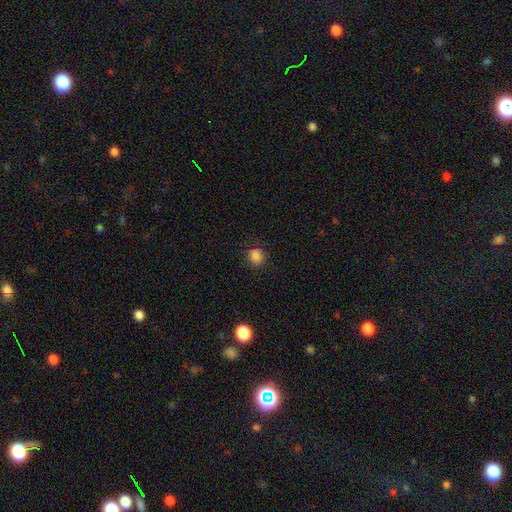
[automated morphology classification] type=smooth (85%); roundness=round (76%); merging=none (84%).